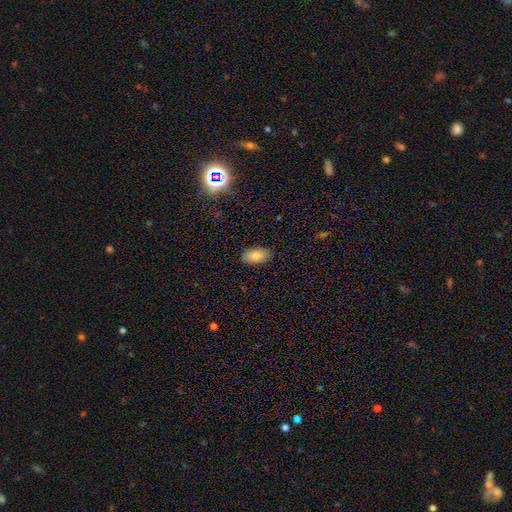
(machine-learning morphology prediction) This appears to be a smooth galaxy with no disk features (85%) that is in between round and cigar-shaped (94%). Merging: none (88%).